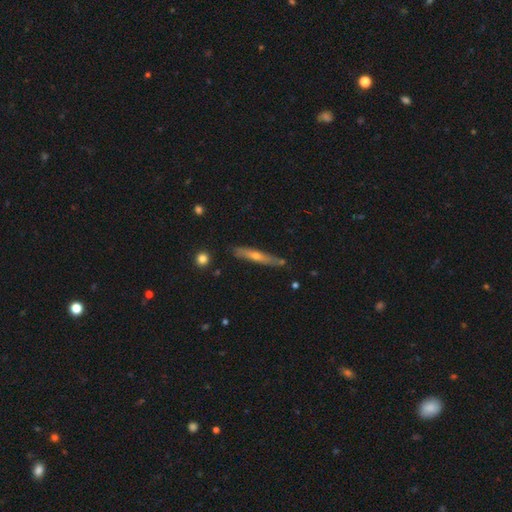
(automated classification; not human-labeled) Smooth or featured?
  - featured or disk: 56% *
  - smooth: 37%
  - star or artifact: 6%
Edge-on disk?
  - yes: 90% *
  - no: 10%
Edge-on bulge?
  - rounded: 76% *
  - none: 21%
  - boxy: 3%
Merging?
  - none: 80% *
  - minor disturbance: 14%
  - merger: 3%
  - major disturbance: 2%